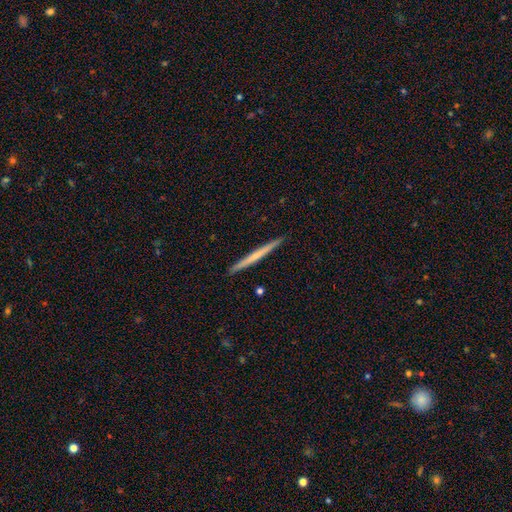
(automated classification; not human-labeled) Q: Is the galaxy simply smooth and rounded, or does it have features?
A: smooth — 51%.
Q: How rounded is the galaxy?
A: cigar-shaped — 97%.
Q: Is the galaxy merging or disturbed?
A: none — 93%.